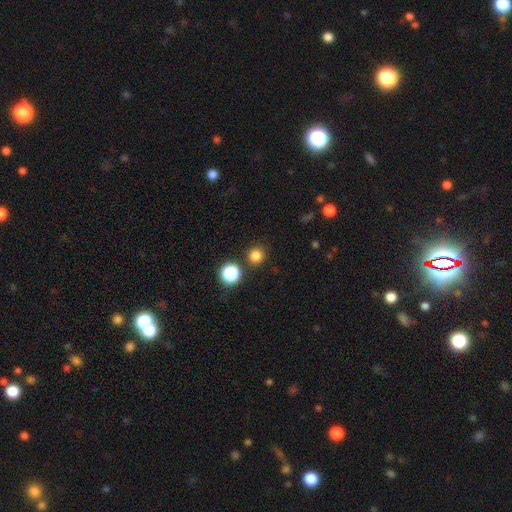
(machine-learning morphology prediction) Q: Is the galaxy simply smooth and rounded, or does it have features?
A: smooth — 81%.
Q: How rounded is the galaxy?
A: round — 95%.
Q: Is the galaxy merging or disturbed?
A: none — 88%.